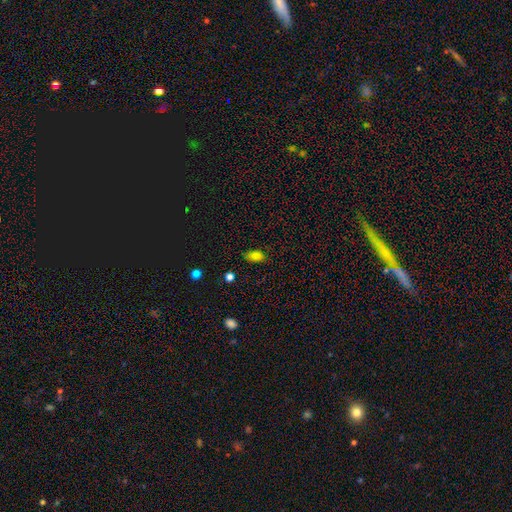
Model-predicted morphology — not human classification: Smooth or featured? smooth (80%)
How rounded? in between (85%)
Merging? none (75%)